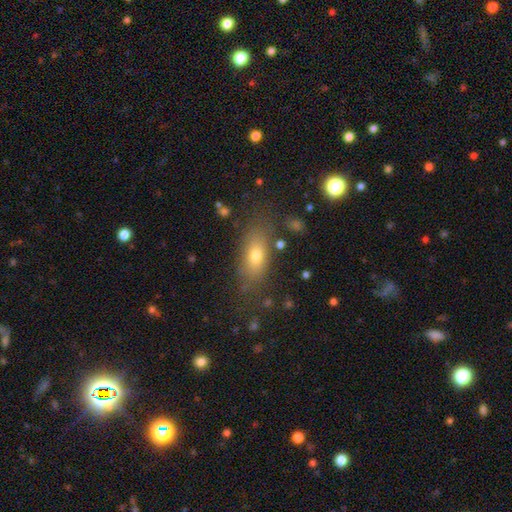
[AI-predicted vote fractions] Q: Smooth or featured?
A: smooth (72%); runner-up: featured or disk (16%)
Q: How rounded?
A: in between (78%); runner-up: cigar-shaped (13%)
Q: Merging?
A: none (77%); runner-up: minor disturbance (14%)